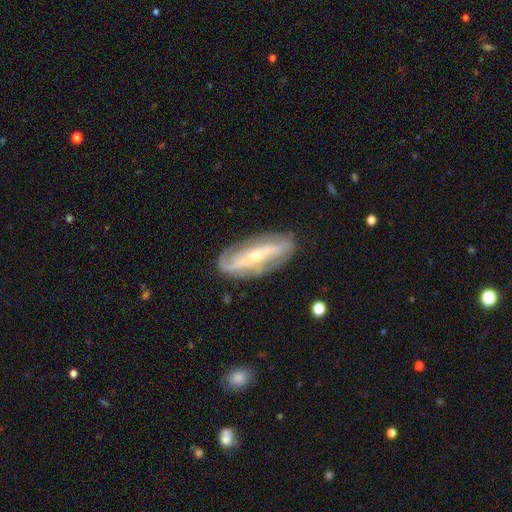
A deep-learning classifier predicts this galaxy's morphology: Smooth or featured?
  - featured or disk: 79% *
  - smooth: 15%
  - star or artifact: 6%
Edge-on disk?
  - no: 82% *
  - yes: 18%
Bar?
  - strong: 48% *
  - no: 29%
  - weak: 23%
Spiral arms?
  - yes: 81% *
  - no: 19%
Spiral winding?
  - loose: 37% *
  - medium: 33%
  - tight: 31%
Spiral arm count?
  - 2: 70% *
  - can't tell: 19%
  - 1: 4%
  - 3: 4%
  - 4: 2%
  - more than 4: 2%
Bulge size?
  - small: 59% *
  - moderate: 37%
  - large: 2%
  - none: 1%
  - dominant: 1%
Merging?
  - none: 75% *
  - minor disturbance: 17%
  - major disturbance: 6%
  - merger: 2%